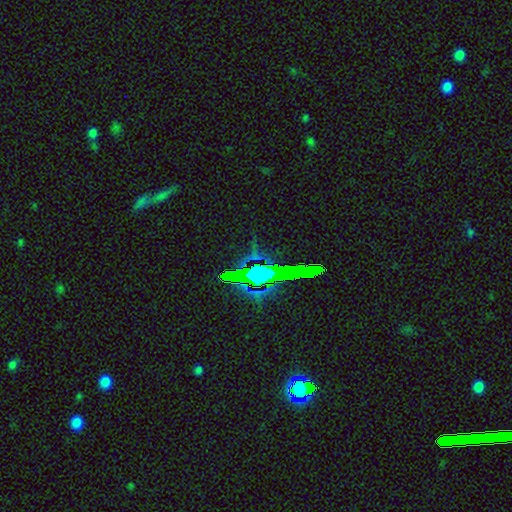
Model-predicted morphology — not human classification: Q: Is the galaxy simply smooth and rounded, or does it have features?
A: star or artifact — 71%.